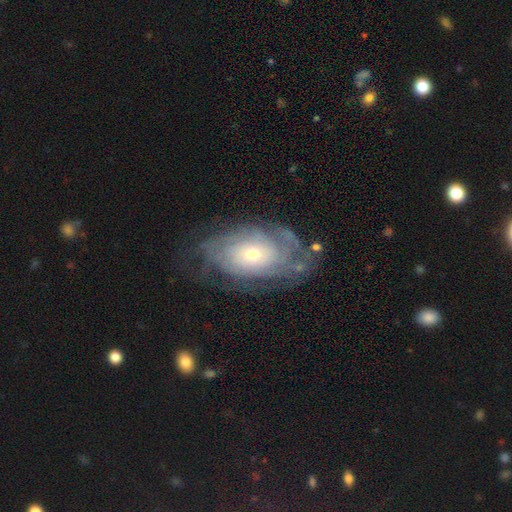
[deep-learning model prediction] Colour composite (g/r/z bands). It shows a featured or disk galaxy (79%) with no bar (81%), tight (71%) spiral arms (87%) and a small central bulge (53%). Merging: none (68%).